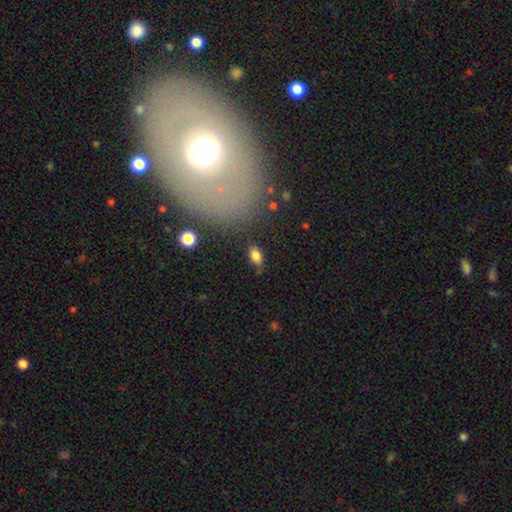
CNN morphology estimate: type=smooth (82%); roundness=in between (89%); merging=none (78%).